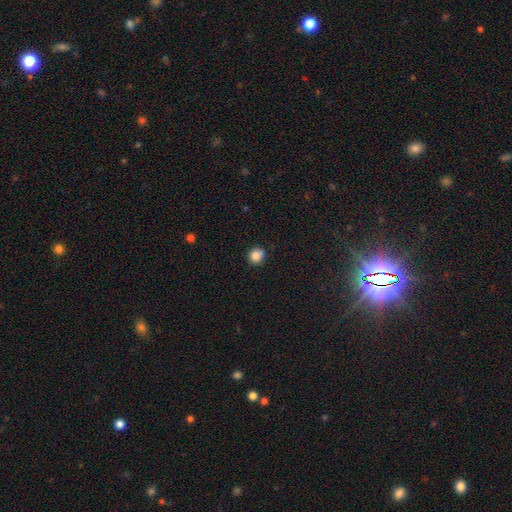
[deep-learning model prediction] This is clearly a smooth galaxy (83%). How rounded: clearly round (85%). Merging: clearly none (82%).